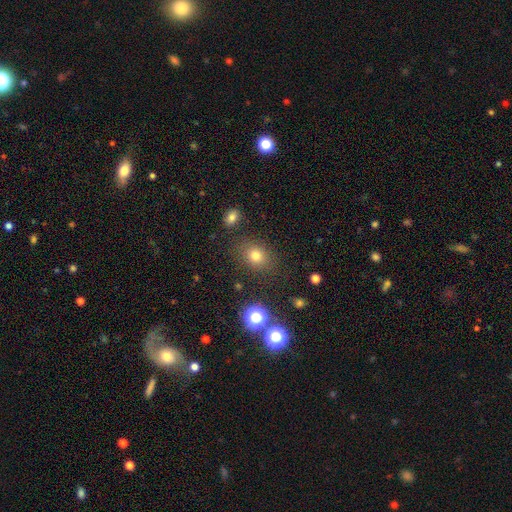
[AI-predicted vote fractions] Smooth or featured?
  - smooth: 76% *
  - star or artifact: 16%
  - featured or disk: 8%
How rounded?
  - round: 54% *
  - in between: 45%
  - cigar-shaped: 1%
Merging?
  - none: 82% *
  - minor disturbance: 11%
  - major disturbance: 4%
  - merger: 3%